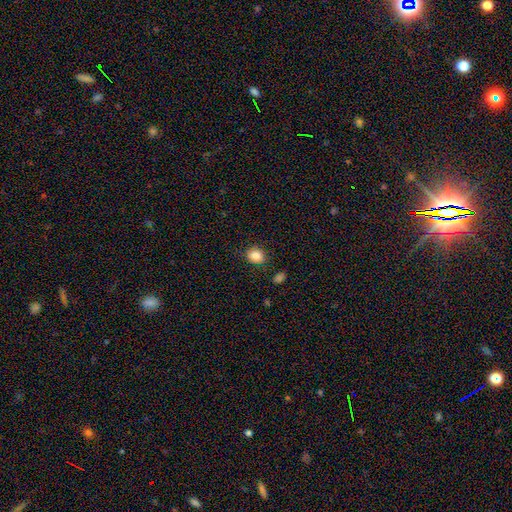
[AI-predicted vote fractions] The model was most divided on "how rounded": round: 64%, in between: 35%, cigar-shaped: 1%. More confident: smooth or featured — smooth (86%); merging — none (85%).